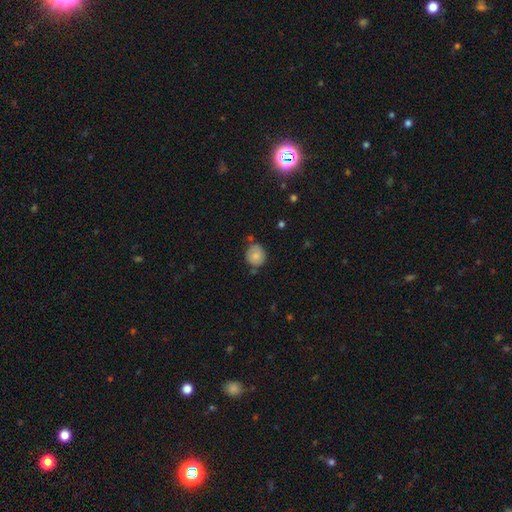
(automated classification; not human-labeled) This is likely a smooth galaxy (78%). How rounded: clearly round (81%). Merging: likely none (70%).